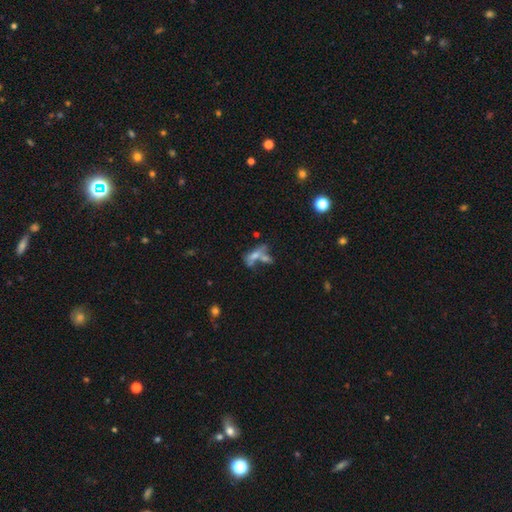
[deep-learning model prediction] smooth-or-featured: smooth: 49% | featured or disk: 36% | star or artifact: 15%
  merging: merger: 49% | none: 27% | major disturbance: 13% | minor disturbance: 11%